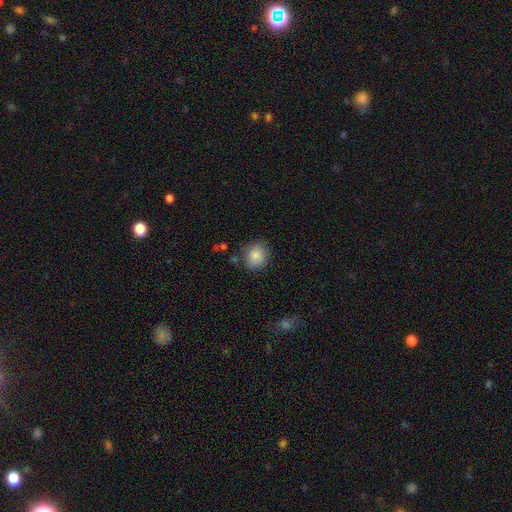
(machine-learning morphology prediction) smooth 85%, star or artifact 8%, featured or disk 7%. Down the decision tree: how rounded — round (78%); merging — none (80%).